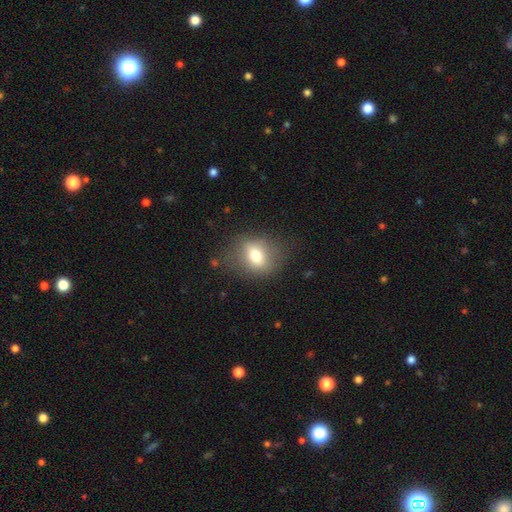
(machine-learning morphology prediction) type=smooth (67%); roundness=in between (50%); merging=none (75%).